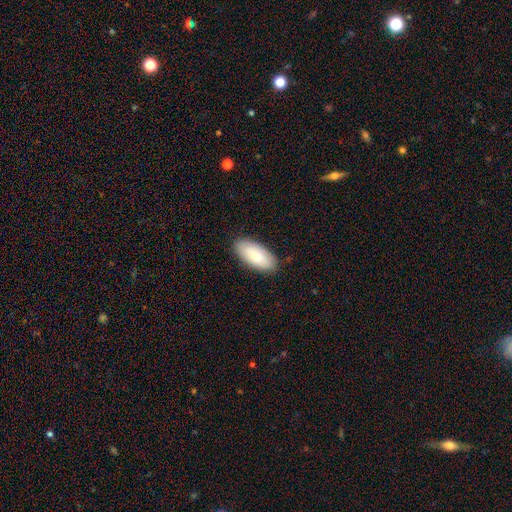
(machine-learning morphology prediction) Smooth or featured?
  - smooth: 84% *
  - featured or disk: 11%
  - star or artifact: 5%
How rounded?
  - in between: 90% *
  - cigar-shaped: 8%
  - round: 2%
Merging?
  - none: 87% *
  - minor disturbance: 10%
  - major disturbance: 2%
  - merger: 1%